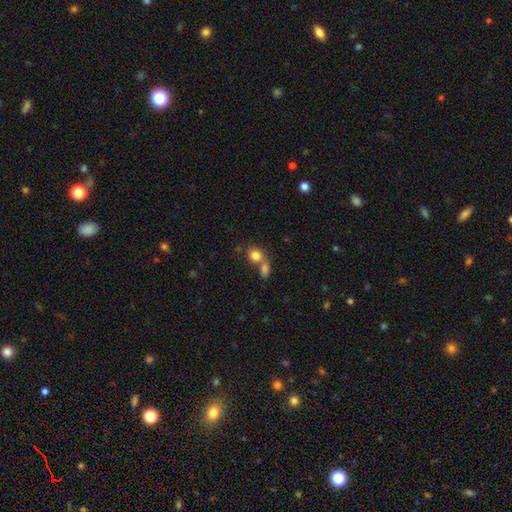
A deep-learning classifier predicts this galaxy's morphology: This appears to be a smooth galaxy with no disk features (81%) that is round (69%). Merging: merger (54%).